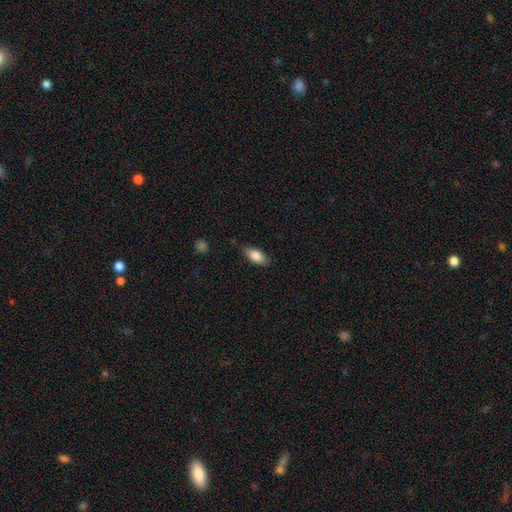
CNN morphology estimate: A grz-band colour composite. It shows a smooth galaxy with no disk features (83%) that is in between round and cigar-shaped (88%). Merging: none (77%).